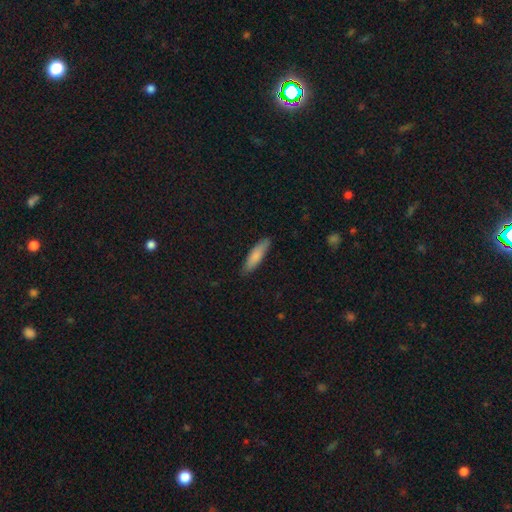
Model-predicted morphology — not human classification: A smooth galaxy with no disk features (82%) that is cigar-shaped (65%). Merging: none (85%).